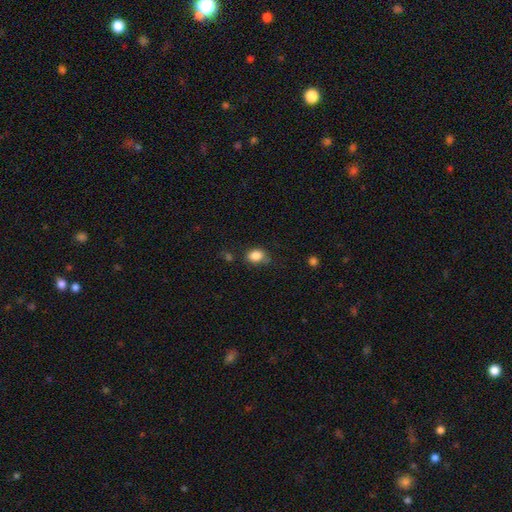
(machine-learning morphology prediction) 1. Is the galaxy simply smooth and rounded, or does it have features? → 85% smooth, 10% star or artifact, 6% featured or disk.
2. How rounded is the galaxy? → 63% in between, 36% round, 1% cigar-shaped.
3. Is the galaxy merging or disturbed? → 63% none, 27% minor disturbance, 6% major disturbance, 4% merger.